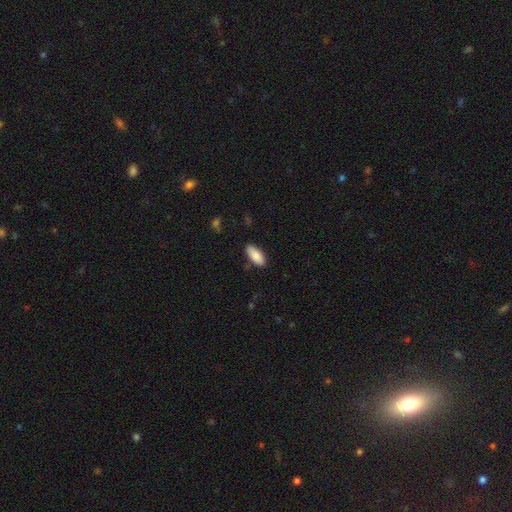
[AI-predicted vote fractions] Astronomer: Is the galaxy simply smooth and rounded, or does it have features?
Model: smooth — 88%.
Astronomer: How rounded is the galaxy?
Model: in between — 87%.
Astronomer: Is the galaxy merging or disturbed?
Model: none — 84%.